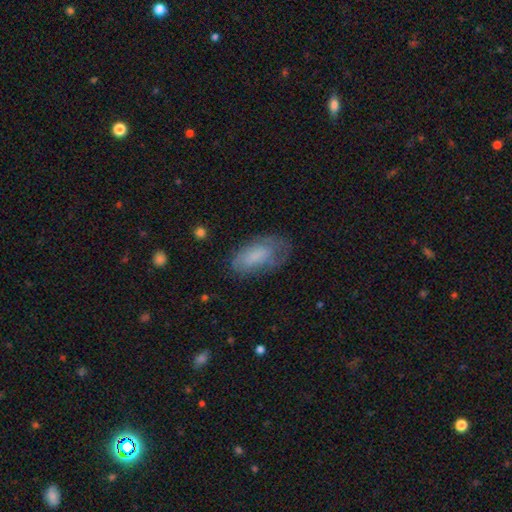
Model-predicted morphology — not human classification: This is likely a smooth galaxy (66%). How rounded: clearly in between (91%). Merging: possibly none (54%).